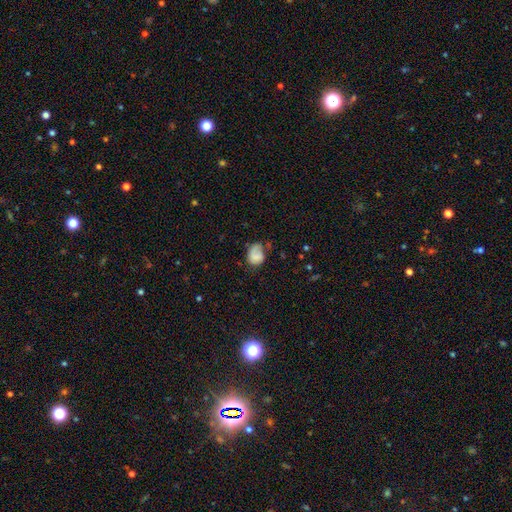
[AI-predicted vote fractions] A smooth galaxy with no disk features (72%) that is in between round and cigar-shaped (59%). Merging: none (40%).